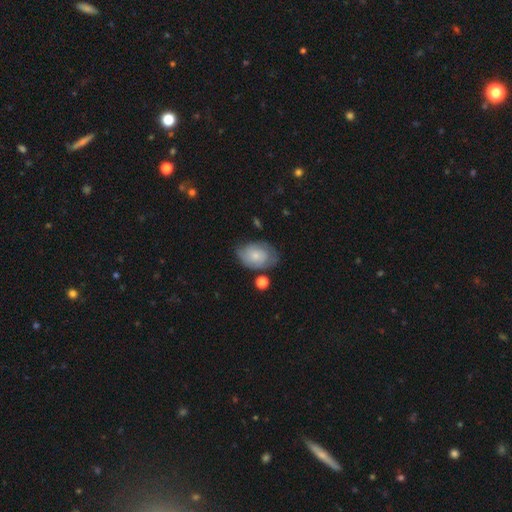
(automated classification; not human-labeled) Morphology: type=smooth (56%); roundness=in between (77%); merging=none (56%).